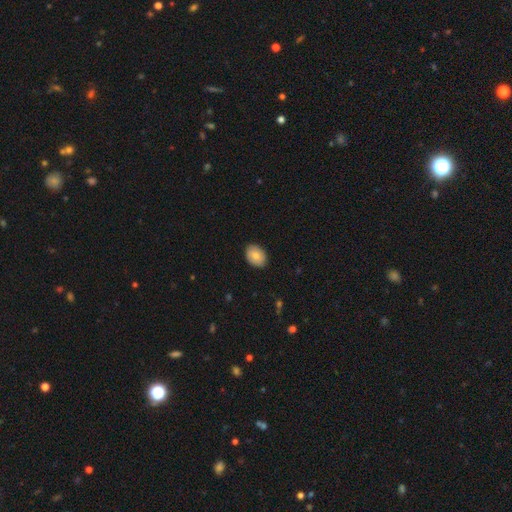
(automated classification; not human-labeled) Smooth or featured?
  - smooth: 81% *
  - featured or disk: 12%
  - star or artifact: 7%
How rounded?
  - in between: 77% *
  - round: 23%
  - cigar-shaped: 1%
Merging?
  - none: 88% *
  - minor disturbance: 10%
  - major disturbance: 2%
  - merger: 1%